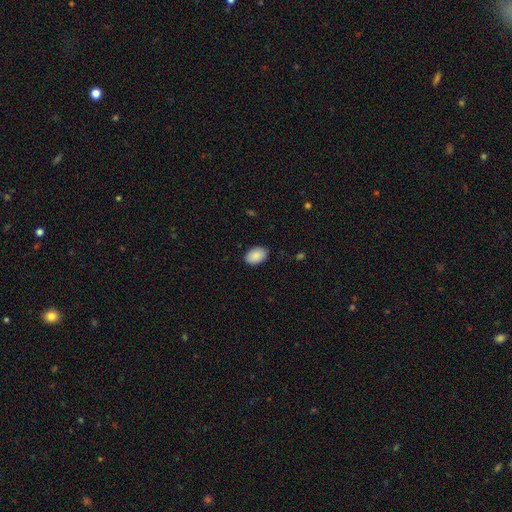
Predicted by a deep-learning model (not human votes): smooth 90%, star or artifact 6%, featured or disk 3%. Down the decision tree: how rounded — in between (89%); merging — none (88%).